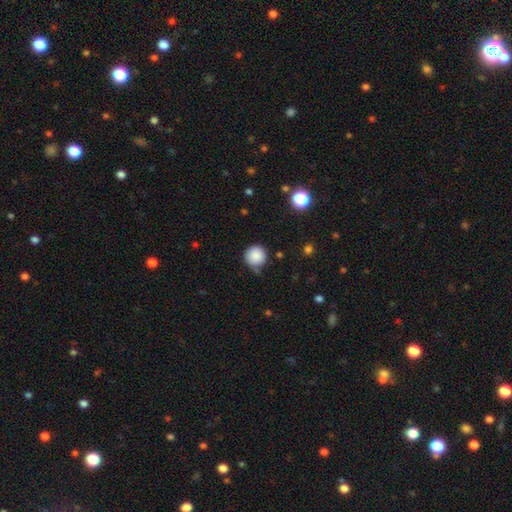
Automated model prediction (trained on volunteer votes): smooth 87%, star or artifact 9%, featured or disk 4%. Down the decision tree: how rounded — round (95%); merging — none (72%).